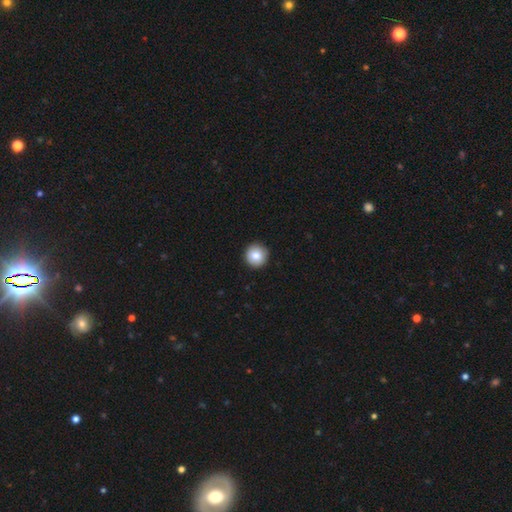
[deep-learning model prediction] The model was most divided on "smooth or featured": smooth: 84%, featured or disk: 8%, star or artifact: 8%. More confident: how rounded — round (96%); merging — none (93%).